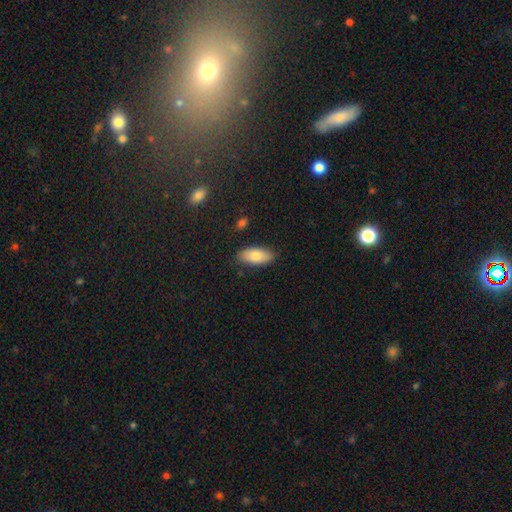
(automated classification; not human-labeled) smooth-or-featured: smooth: 79% | featured or disk: 14% | star or artifact: 7%
  how-rounded: in between: 89% | cigar-shaped: 8% | round: 2%
  merging: none: 84% | minor disturbance: 12% | major disturbance: 2% | merger: 2%